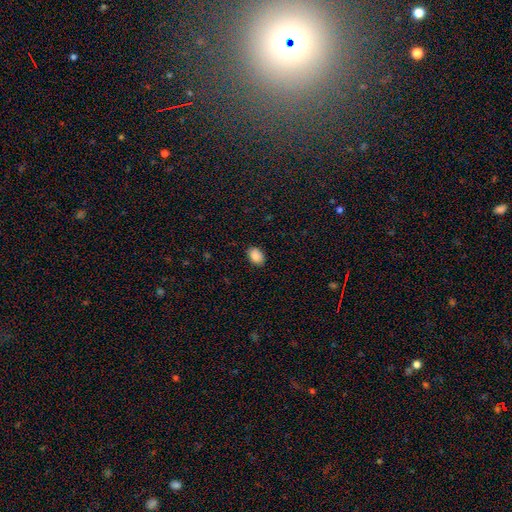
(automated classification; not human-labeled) This is clearly a smooth galaxy (89%). How rounded: clearly in between (82%). Merging: clearly none (87%).